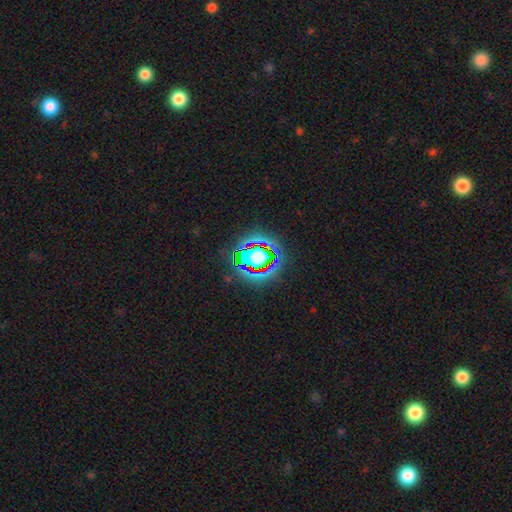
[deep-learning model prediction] This is possibly a star or artifact rather than a galaxy (55%).